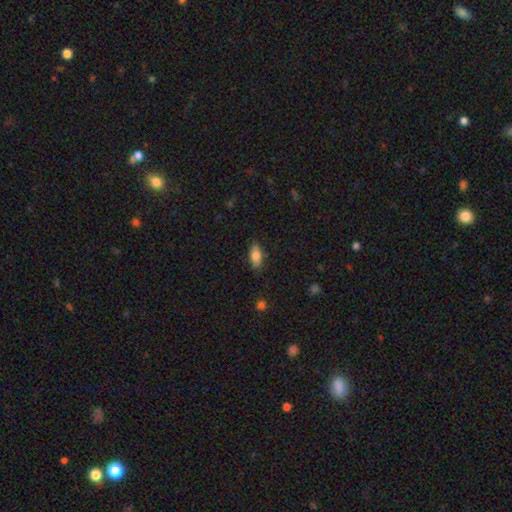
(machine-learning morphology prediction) This is likely a smooth galaxy (79%). How rounded: clearly in between (84%). Merging: clearly none (81%).